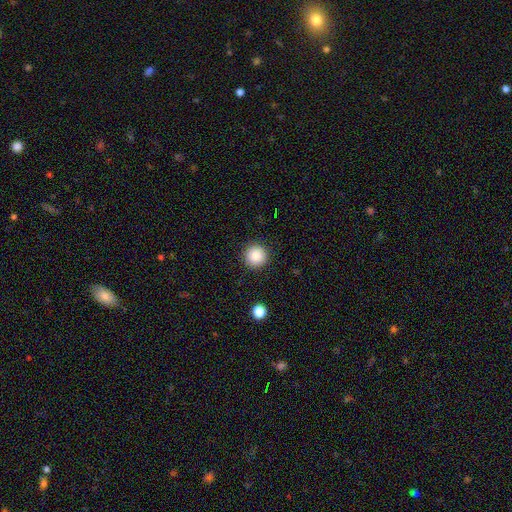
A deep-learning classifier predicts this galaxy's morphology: smooth 86%, star or artifact 10%, featured or disk 5%. Down the decision tree: how rounded — round (96%); merging — none (92%).